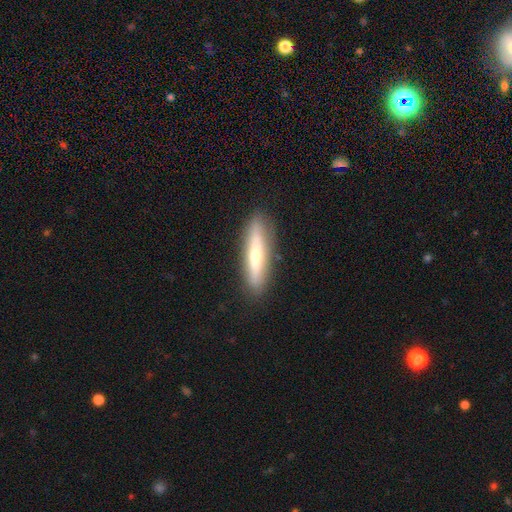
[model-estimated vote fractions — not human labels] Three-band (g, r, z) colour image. It shows a featured or disk galaxy (47%, tied with smooth). Merging: none (89%).